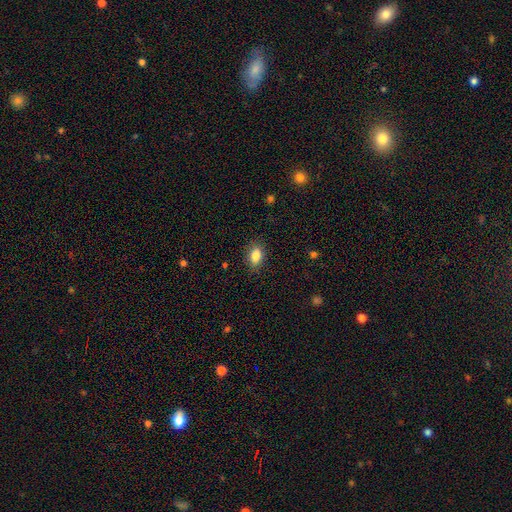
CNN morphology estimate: A smooth galaxy with no disk features (86%) that is in between round and cigar-shaped (86%). Merging: none (85%).